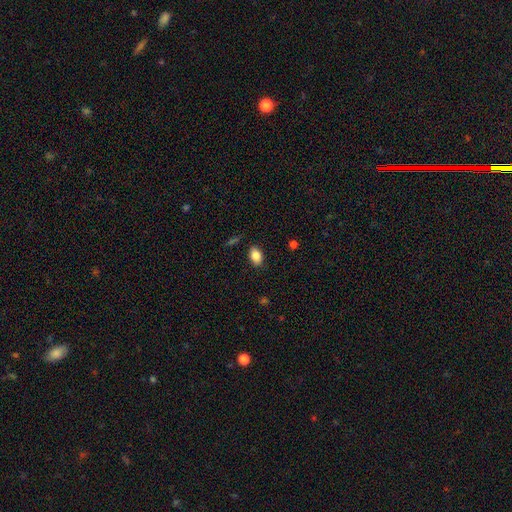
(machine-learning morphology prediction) Overall: smooth (85%). How rounded: in between (87%). Merging: none (86%).